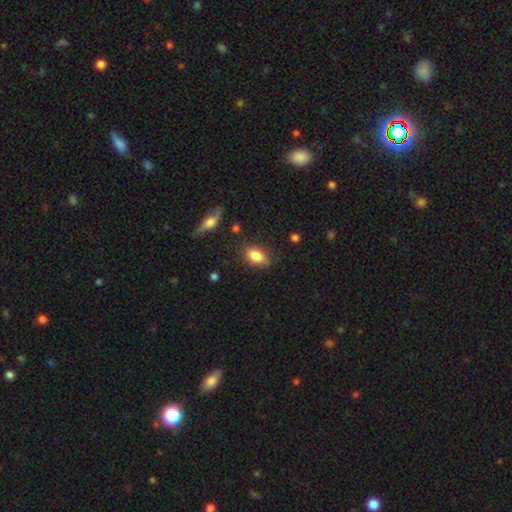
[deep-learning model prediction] Morphology: type=smooth (81%); roundness=in between (87%); merging=none (76%).